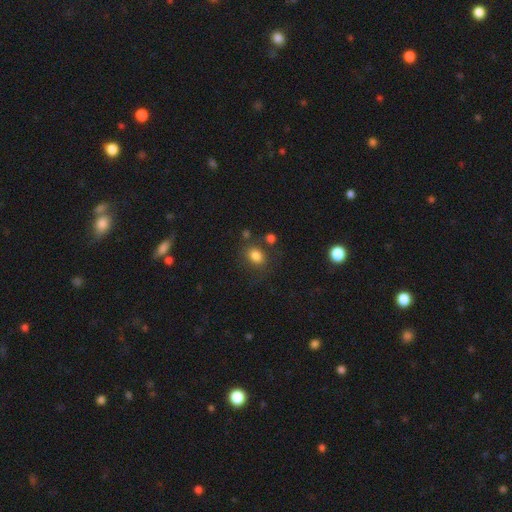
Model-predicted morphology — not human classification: Smooth or featured? Predicted: smooth (p=0.82). How rounded? Predicted: in between (p=0.55). Merging? Predicted: none (p=0.72).